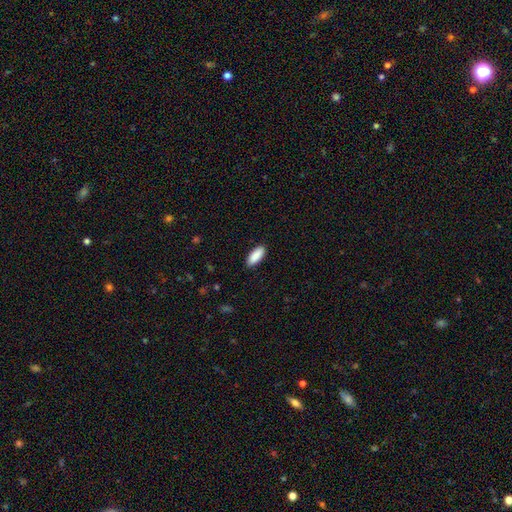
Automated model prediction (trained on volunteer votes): Smooth or featured? Predicted: smooth (p=0.91). How rounded? Predicted: in between (p=0.76). Merging? Predicted: none (p=0.90).